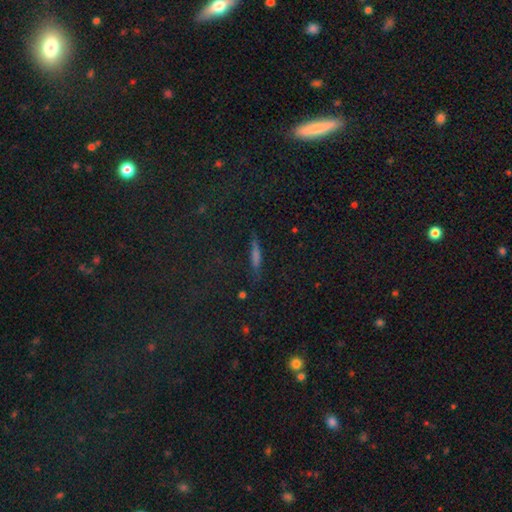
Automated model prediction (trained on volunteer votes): smooth_or_featured: smooth (p=0.50) [alt: featured or disk p=0.26]
how_rounded: cigar-shaped (p=0.86) [alt: in between p=0.10]
merging: none (p=0.82) [alt: minor disturbance p=0.13]